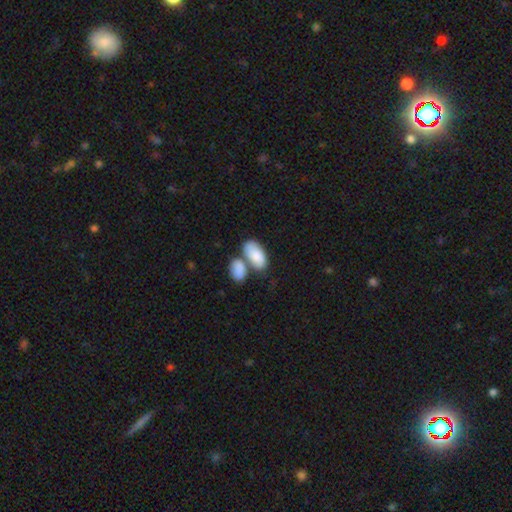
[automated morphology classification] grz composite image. It shows a smooth galaxy with no disk features (83%) that is in between round and cigar-shaped (94%). Merging: merger (51%).